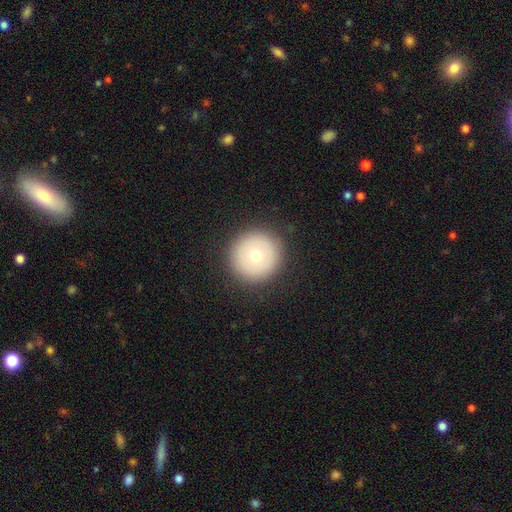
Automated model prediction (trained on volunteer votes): A smooth galaxy with no disk features (66%) that is round (97%).

Vote fractions:
- Smooth or featured? smooth: 66% / featured or disk: 24% / star or artifact: 10%
- How rounded? round: 97% / in between: 2% / cigar-shaped: 1%
- Merging? none: 91% / minor disturbance: 5% / major disturbance: 2% / merger: 1%